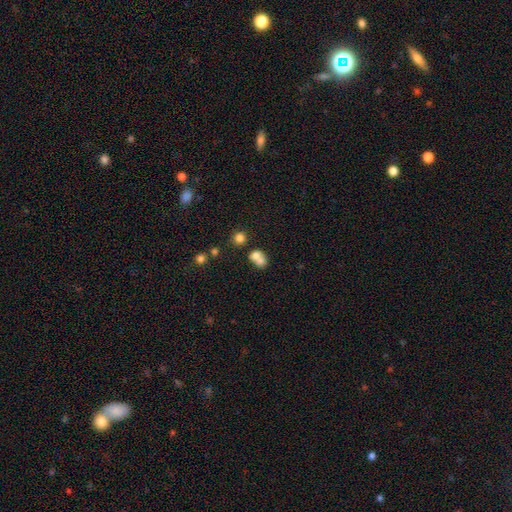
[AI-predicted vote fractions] Q: Smooth or featured?
A: smooth (72%); runner-up: featured or disk (16%)
Q: How rounded?
A: round (62%); runner-up: in between (37%)
Q: Merging?
A: merger (63%); runner-up: none (26%)